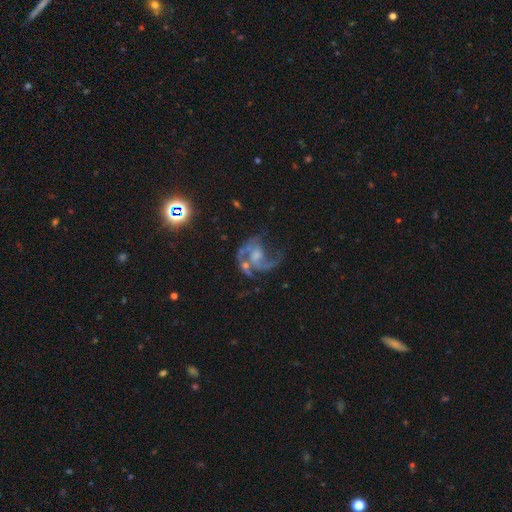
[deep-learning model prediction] Smooth or featured?
  - featured or disk: 80% *
  - smooth: 10%
  - star or artifact: 10%
Edge-on disk?
  - no: 98% *
  - yes: 2%
Bar?
  - no: 62% *
  - weak: 30%
  - strong: 8%
Spiral arms?
  - yes: 87% *
  - no: 13%
Spiral winding?
  - medium: 50% *
  - loose: 31%
  - tight: 19%
Spiral arm count?
  - 2: 48% *
  - 1: 16%
  - 3: 15%
  - can't tell: 14%
  - 4: 3%
  - more than 4: 3%
Bulge size?
  - moderate: 38% *
  - small: 34%
  - none: 19%
  - large: 7%
  - dominant: 2%
Merging?
  - none: 38% *
  - major disturbance: 33%
  - minor disturbance: 17%
  - merger: 12%